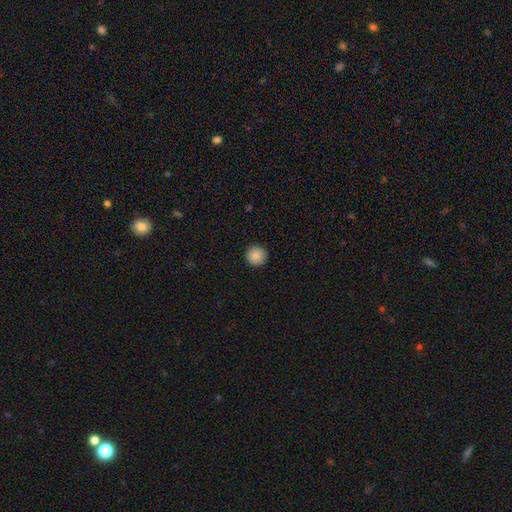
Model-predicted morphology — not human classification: smooth-or-featured: smooth: 87% | star or artifact: 9% | featured or disk: 4%
  how-rounded: round: 96% | in between: 3% | cigar-shaped: 1%
  merging: none: 93% | minor disturbance: 5% | major disturbance: 1% | merger: 1%